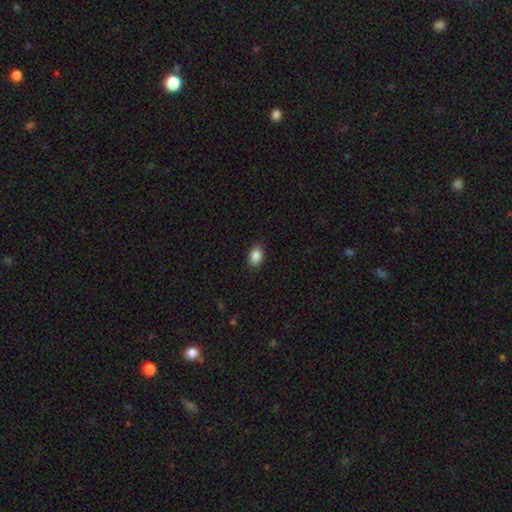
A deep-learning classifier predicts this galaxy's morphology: A smooth galaxy with no disk features (87%) that is in between round and cigar-shaped (80%). Merging: none (88%).